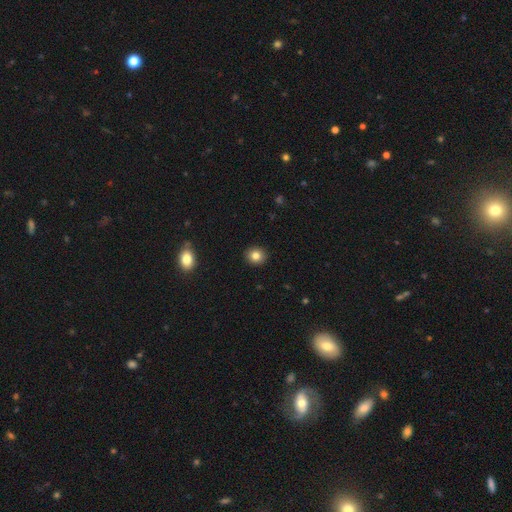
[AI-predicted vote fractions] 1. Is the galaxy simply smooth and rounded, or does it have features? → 82% smooth, 10% star or artifact, 7% featured or disk.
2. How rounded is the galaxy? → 84% round, 15% in between, 1% cigar-shaped.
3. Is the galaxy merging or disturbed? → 92% none, 6% minor disturbance, 2% major disturbance, 1% merger.